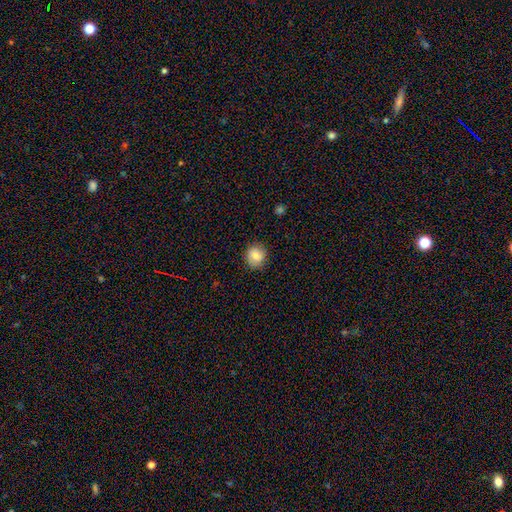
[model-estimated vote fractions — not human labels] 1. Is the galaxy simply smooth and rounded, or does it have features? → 81% smooth, 10% featured or disk, 9% star or artifact.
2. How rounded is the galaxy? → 84% round, 15% in between, 1% cigar-shaped.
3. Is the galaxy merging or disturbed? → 87% none, 10% minor disturbance, 2% major disturbance, 1% merger.